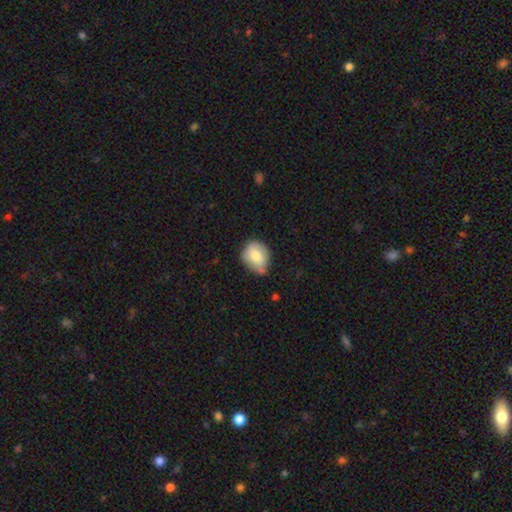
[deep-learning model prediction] A smooth galaxy with no disk features (76%) that is in between round and cigar-shaped (52%).

Vote fractions:
- Smooth or featured? smooth: 76% / featured or disk: 17% / star or artifact: 7%
- How rounded? in between: 52% / round: 47% / cigar-shaped: 1%
- Merging? none: 55% / minor disturbance: 33% / major disturbance: 6% / merger: 6%